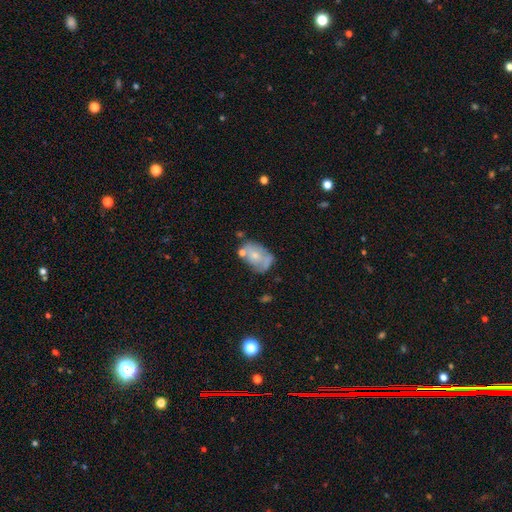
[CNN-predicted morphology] Smooth or featured: smooth — 50% (featured or disk — 42%)
Merging: none — 41% (minor disturbance — 28%)